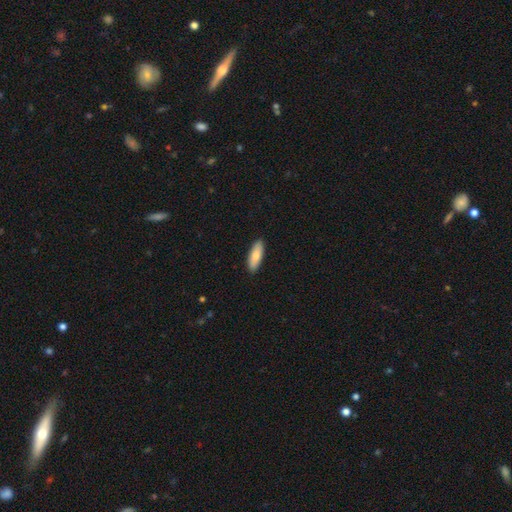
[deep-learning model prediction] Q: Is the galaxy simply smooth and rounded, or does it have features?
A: smooth — 80%.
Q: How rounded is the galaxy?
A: in between — 59%.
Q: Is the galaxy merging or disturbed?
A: none — 90%.